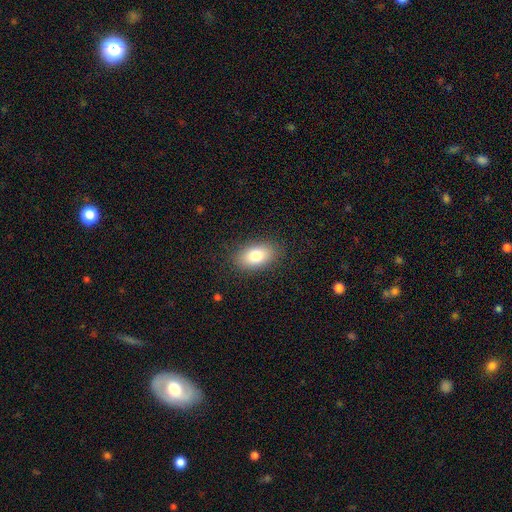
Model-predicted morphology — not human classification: Q: Smooth or featured?
A: smooth (81%); runner-up: featured or disk (11%)
Q: How rounded?
A: in between (91%); runner-up: round (7%)
Q: Merging?
A: none (86%); runner-up: minor disturbance (10%)